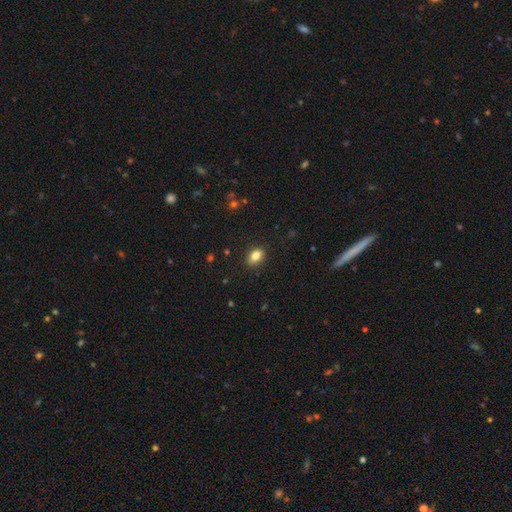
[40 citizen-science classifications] Overall: smooth (90%). How rounded: in between (78%). Merging: none (87%).